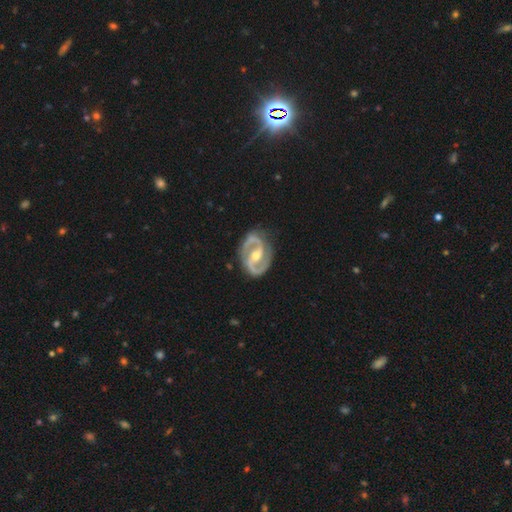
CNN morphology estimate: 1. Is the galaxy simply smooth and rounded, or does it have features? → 93% featured or disk, 4% smooth, 3% star or artifact.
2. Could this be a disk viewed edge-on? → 98% no, 2% yes.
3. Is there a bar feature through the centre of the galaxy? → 42% strong, 38% weak, 21% no.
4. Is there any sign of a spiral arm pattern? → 97% yes, 3% no.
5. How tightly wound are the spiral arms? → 60% medium, 26% tight, 14% loose.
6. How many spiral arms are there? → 94% 2, 2% can't tell, 1% 1, 1% 3, 1% 4, 1% more than 4.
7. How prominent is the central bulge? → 67% moderate, 29% small, 3% large, 1% none, 1% dominant.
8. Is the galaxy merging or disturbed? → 82% none, 13% minor disturbance, 4% major disturbance, 1% merger.